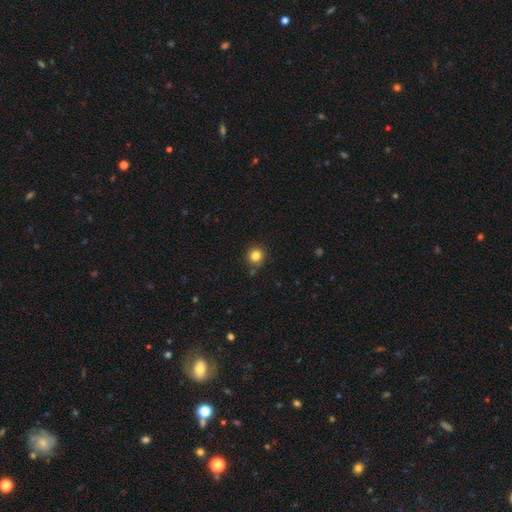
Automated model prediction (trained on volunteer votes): smooth-or-featured: smooth: 83% | star or artifact: 12% | featured or disk: 5%
  how-rounded: round: 91% | in between: 8% | cigar-shaped: 1%
  merging: none: 84% | minor disturbance: 9% | merger: 4% | major disturbance: 2%